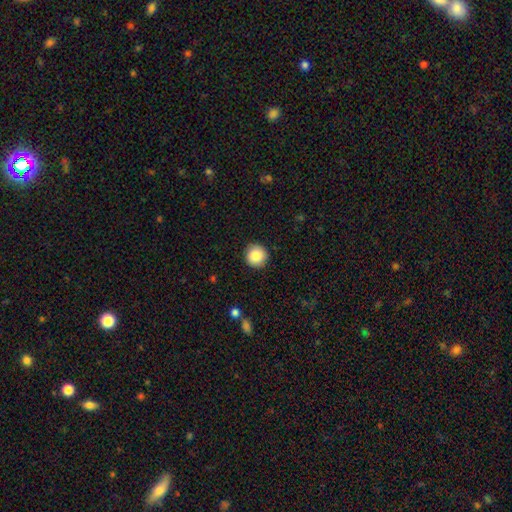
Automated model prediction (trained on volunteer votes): Morphology: type=smooth (86%); roundness=round (95%); merging=none (91%).